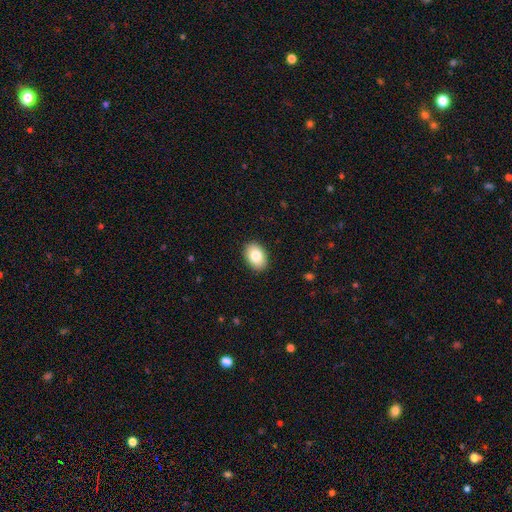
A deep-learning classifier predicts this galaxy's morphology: Smooth or featured: smooth — 83% (featured or disk — 9%)
How rounded: in between — 84% (round — 15%)
Merging: none — 90% (minor disturbance — 7%)